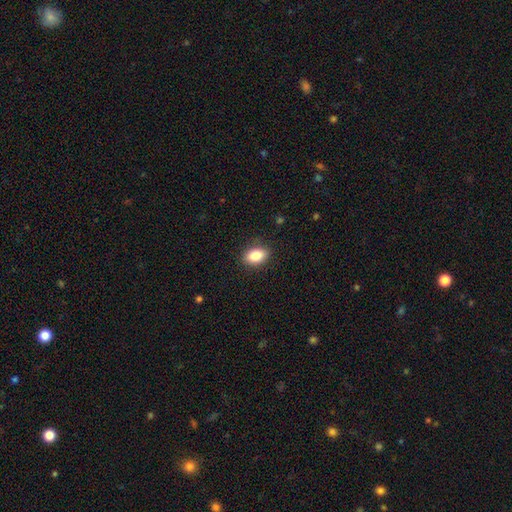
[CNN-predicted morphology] Q: Smooth or featured?
A: smooth (86%); runner-up: star or artifact (8%)
Q: How rounded?
A: in between (87%); runner-up: round (11%)
Q: Merging?
A: none (88%); runner-up: minor disturbance (9%)